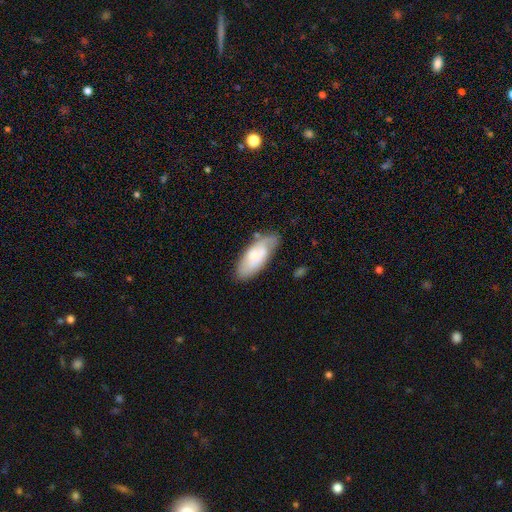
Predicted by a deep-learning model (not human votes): This appears to be a smooth galaxy with no disk features (56%) that is in between round and cigar-shaped (80%). Merging: none (68%).